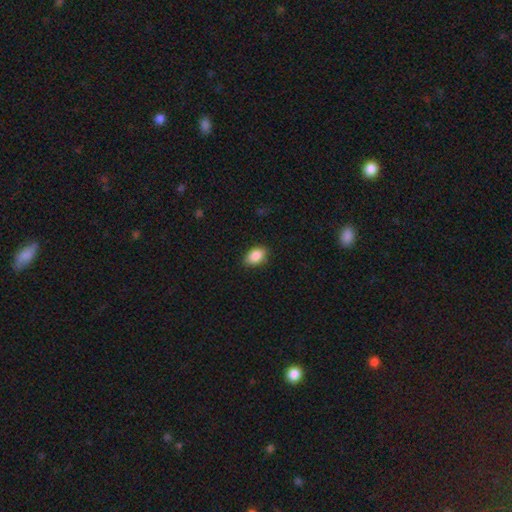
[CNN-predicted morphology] Overall: smooth (88%). How rounded: in between (89%). Merging: none (84%).